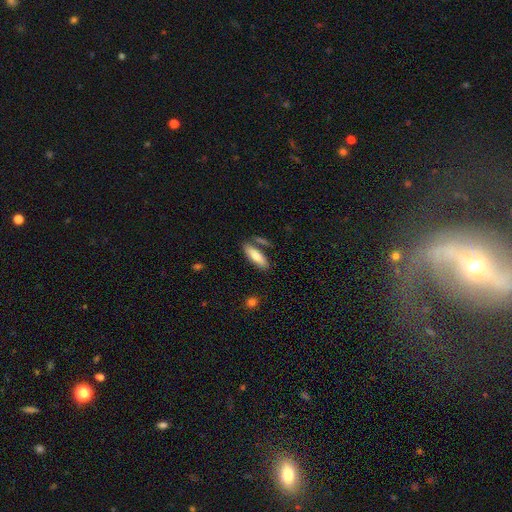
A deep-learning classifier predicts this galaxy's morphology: A smooth galaxy with no disk features (70%) that is in between round and cigar-shaped (52%). Merging: none (73%).